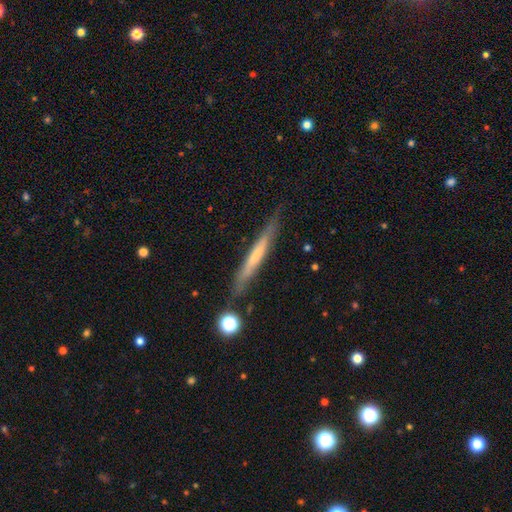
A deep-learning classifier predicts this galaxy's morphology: smooth_or_featured: featured or disk (p=0.48) [alt: smooth p=0.45]
merging: none (p=0.80) [alt: minor disturbance p=0.14]